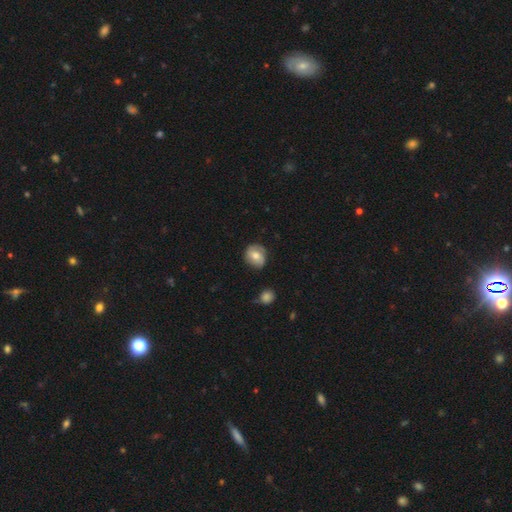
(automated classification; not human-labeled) Smooth or featured: smooth — 65% (featured or disk — 27%)
How rounded: round — 70% (in between — 29%)
Merging: none — 73% (minor disturbance — 21%)